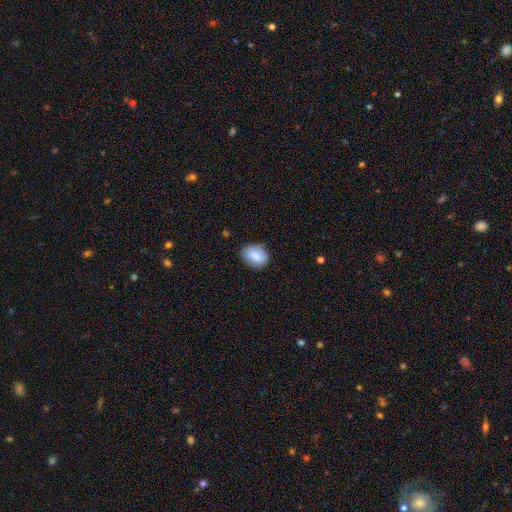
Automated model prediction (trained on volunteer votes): smooth_or_featured: smooth (p=0.85) [alt: featured or disk p=0.08]
how_rounded: in between (p=0.71) [alt: round p=0.28]
merging: none (p=0.81) [alt: minor disturbance p=0.15]